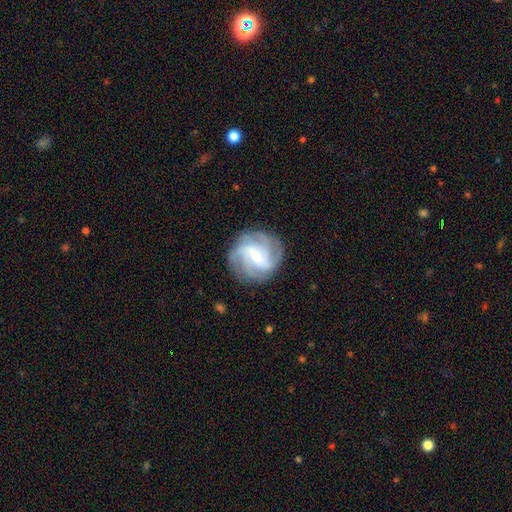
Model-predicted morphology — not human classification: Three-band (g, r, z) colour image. It shows a featured or disk galaxy (84%) with a weak bar (55%), 4 (39%) tight (46%) spiral arms (97%) and a small central bulge (53%). Merging: none (82%).